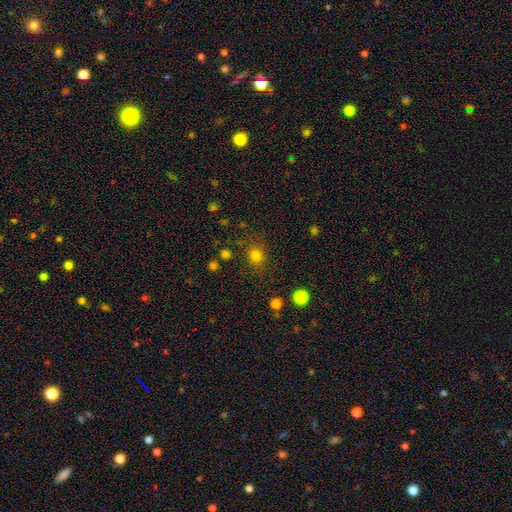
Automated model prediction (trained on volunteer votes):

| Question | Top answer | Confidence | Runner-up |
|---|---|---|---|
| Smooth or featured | smooth | 80% | star or artifact (15%) |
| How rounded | round | 80% | in between (19%) |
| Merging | none | 82% | minor disturbance (11%) |